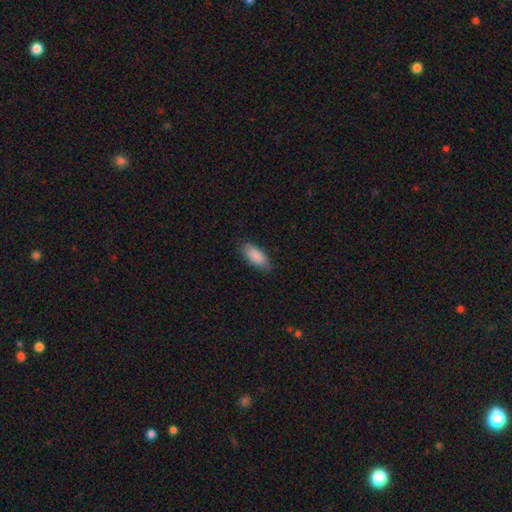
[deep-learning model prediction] Morphology: type=smooth (89%); roundness=in between (88%); merging=none (81%).